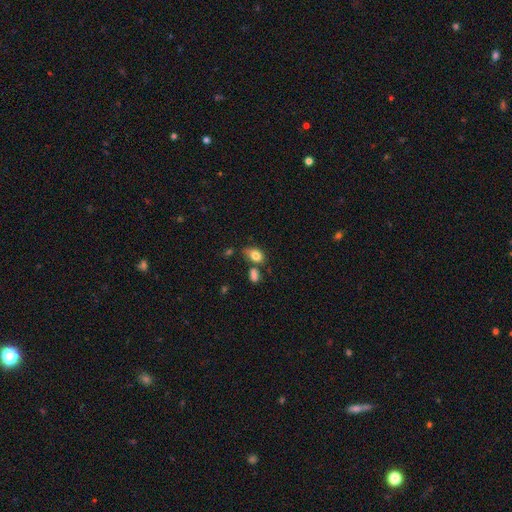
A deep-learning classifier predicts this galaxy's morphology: Smooth or featured? Predicted: smooth (p=0.81). How rounded? Predicted: in between (p=0.83). Merging? Predicted: none (p=0.54).